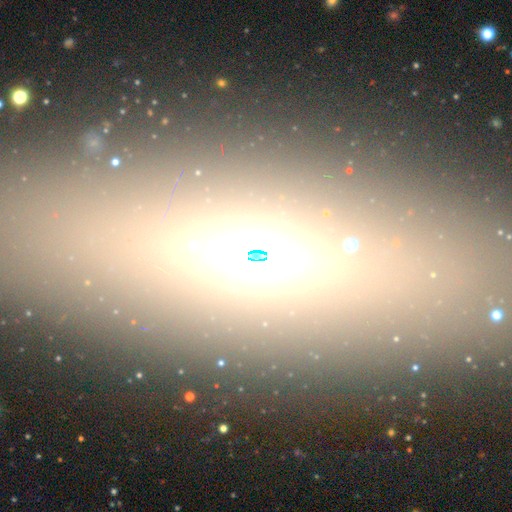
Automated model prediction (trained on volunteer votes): This appears to be a featured or disk galaxy (43%). Merging: none (84%).